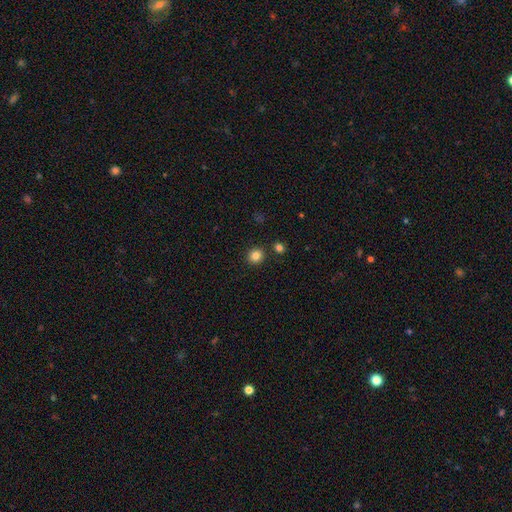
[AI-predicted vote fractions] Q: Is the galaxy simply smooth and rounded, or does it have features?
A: smooth — 84%.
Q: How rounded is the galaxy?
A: round — 85%.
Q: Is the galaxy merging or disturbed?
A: none — 88%.